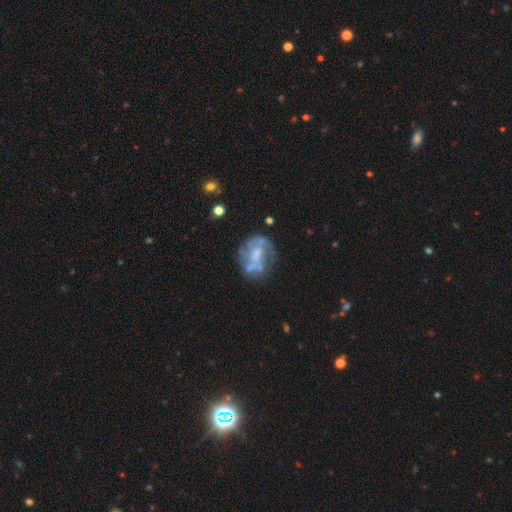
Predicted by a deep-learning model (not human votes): smooth_or_featured: featured or disk (p=0.66) [alt: smooth p=0.23]
disk_edge_on: no (p=0.97) [alt: yes p=0.03]
bar: no (p=0.64) [alt: weak p=0.27]
has_spiral_arms: no (p=0.63) [alt: yes p=0.37]
bulge_size: moderate (p=0.39) [alt: none p=0.27]
merging: none (p=0.50) [alt: minor disturbance p=0.20]